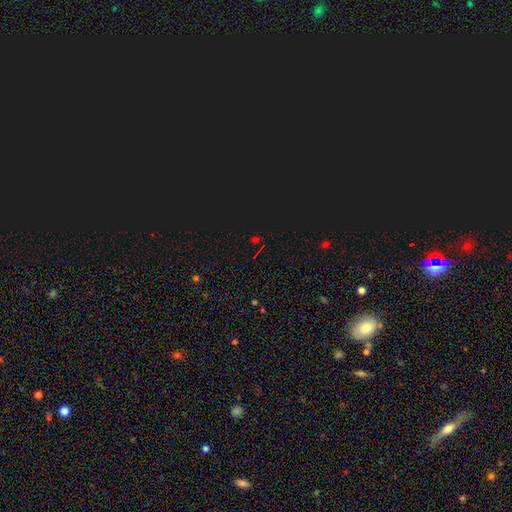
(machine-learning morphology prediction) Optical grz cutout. It shows a star or artifact, not a galaxy (73%).